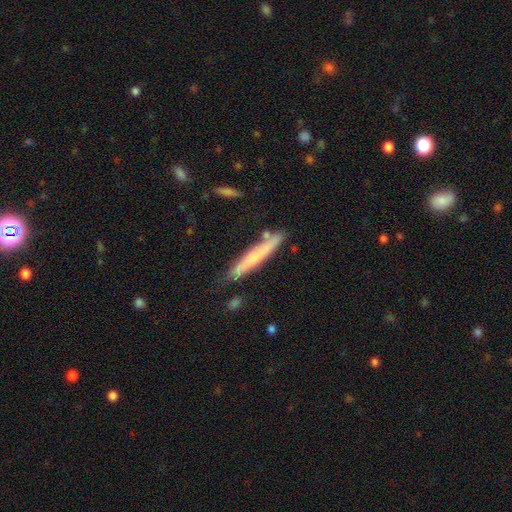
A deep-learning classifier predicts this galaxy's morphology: Smooth or featured?
  - smooth: 58% *
  - featured or disk: 35%
  - star or artifact: 6%
How rounded?
  - cigar-shaped: 95% *
  - in between: 4%
  - round: 1%
Merging?
  - none: 78% *
  - minor disturbance: 15%
  - merger: 4%
  - major disturbance: 3%